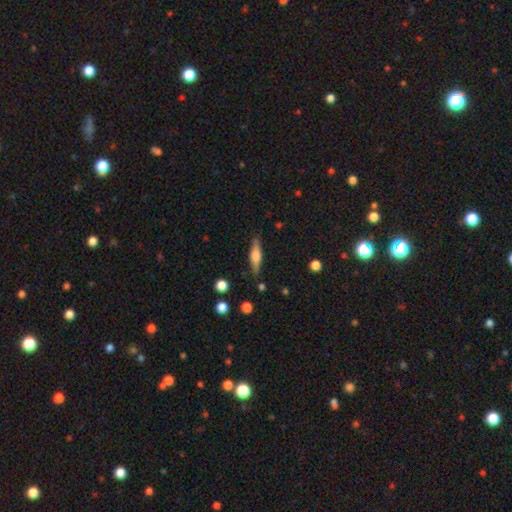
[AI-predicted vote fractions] This appears to be a featured or disk galaxy (50%) viewed edge-on (95%). Merging: none (86%).